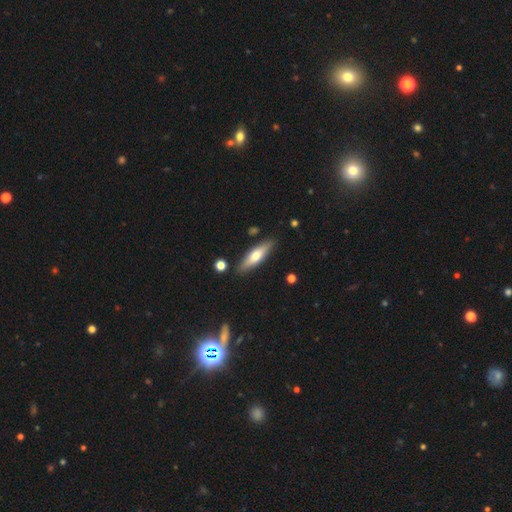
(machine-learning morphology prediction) smooth-or-featured: smooth: 56% | featured or disk: 39% | star or artifact: 6%
  how-rounded: cigar-shaped: 64% | in between: 34% | round: 2%
  merging: none: 86% | minor disturbance: 10% | merger: 3% | major disturbance: 2%